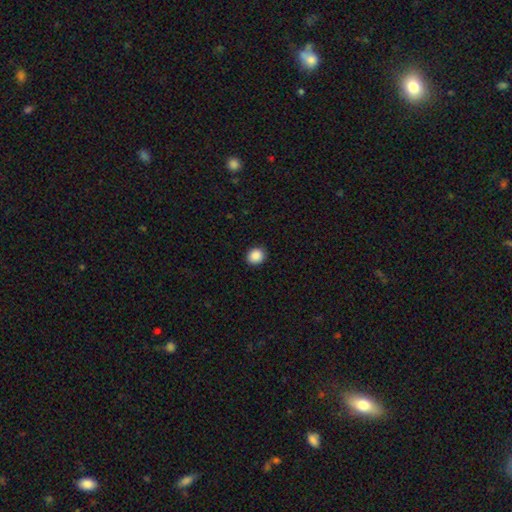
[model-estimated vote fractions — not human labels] Smooth or featured: smooth — 89% (star or artifact — 8%)
How rounded: round — 82% (in between — 17%)
Merging: none — 92% (minor disturbance — 6%)